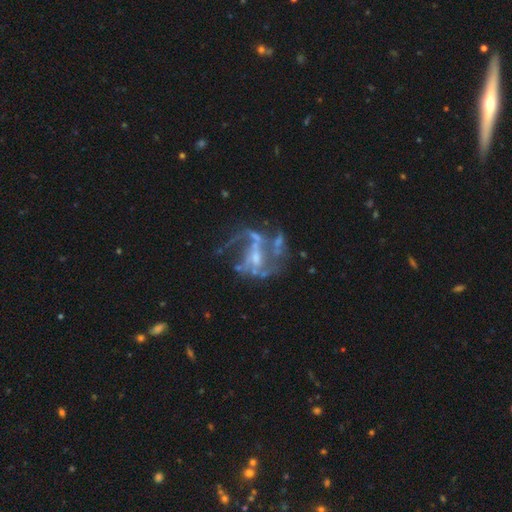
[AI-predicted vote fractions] smooth-or-featured: featured or disk: 83% | star or artifact: 10% | smooth: 7%
  disk-edge-on: no: 97% | yes: 3%
    bar: weak: 43% | no: 32% | strong: 25%
    has-spiral-arms: yes: 77% | no: 23%
      spiral-winding: loose: 52% | medium: 36% | tight: 11%
      spiral-arm-count: 2: 48% | can't tell: 20% | 3: 12% | 1: 11% | 4: 4% | more than 4: 4%
    bulge-size: small: 45% | moderate: 33% | none: 18% | large: 3% | dominant: 1%
  merging: none: 41% | major disturbance: 33% | minor disturbance: 16% | merger: 10%